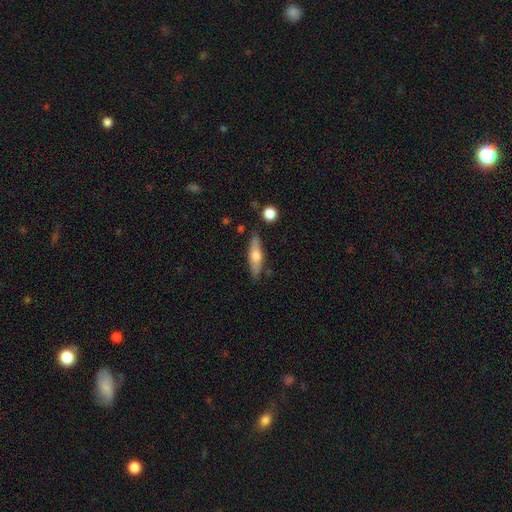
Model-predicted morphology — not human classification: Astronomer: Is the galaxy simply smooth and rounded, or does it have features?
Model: smooth — 50% (runner-up: featured or disk, 44%).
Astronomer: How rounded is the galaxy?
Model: cigar-shaped — 62%.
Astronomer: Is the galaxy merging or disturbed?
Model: none — 80%.